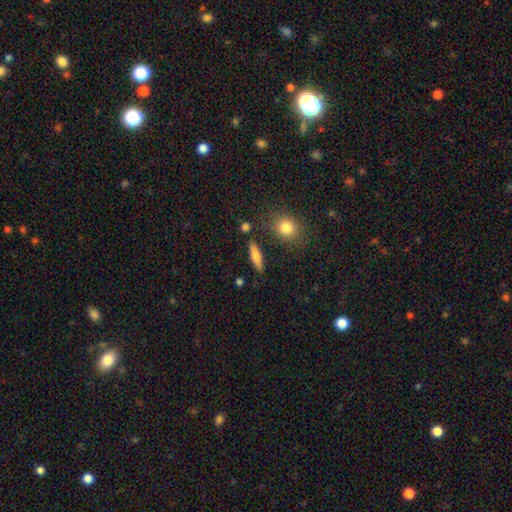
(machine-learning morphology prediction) Q: Smooth or featured?
A: smooth (69%); runner-up: featured or disk (23%)
Q: How rounded?
A: cigar-shaped (63%); runner-up: in between (31%)
Q: Merging?
A: none (82%); runner-up: minor disturbance (11%)